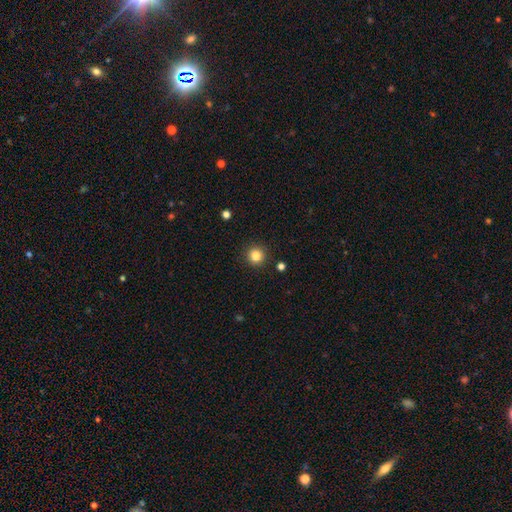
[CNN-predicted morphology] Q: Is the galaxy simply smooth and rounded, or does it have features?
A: smooth — 84%.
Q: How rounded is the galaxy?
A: round — 95%.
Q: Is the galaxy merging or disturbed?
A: none — 91%.